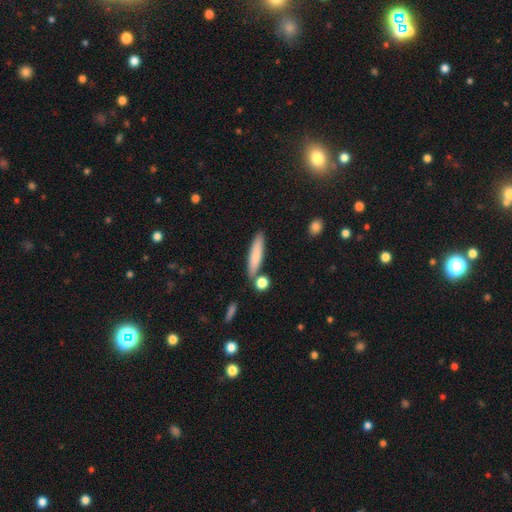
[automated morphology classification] Smooth or featured?
  - smooth: 79% *
  - featured or disk: 15%
  - star or artifact: 6%
How rounded?
  - cigar-shaped: 84% *
  - in between: 15%
  - round: 2%
Merging?
  - none: 79% *
  - minor disturbance: 11%
  - merger: 8%
  - major disturbance: 3%